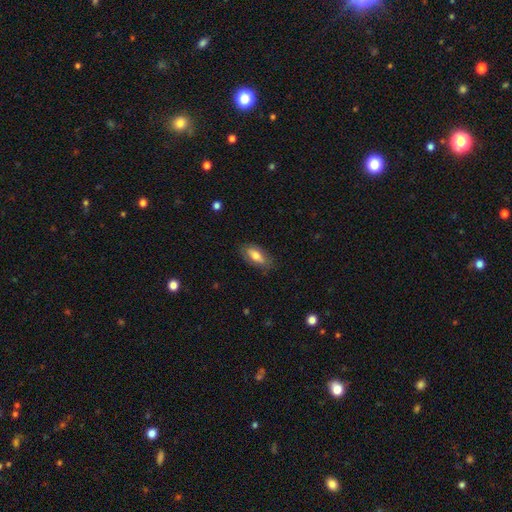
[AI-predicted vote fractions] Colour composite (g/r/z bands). It shows a smooth galaxy with no disk features (71%) that is in between round and cigar-shaped (86%). Merging: none (77%).